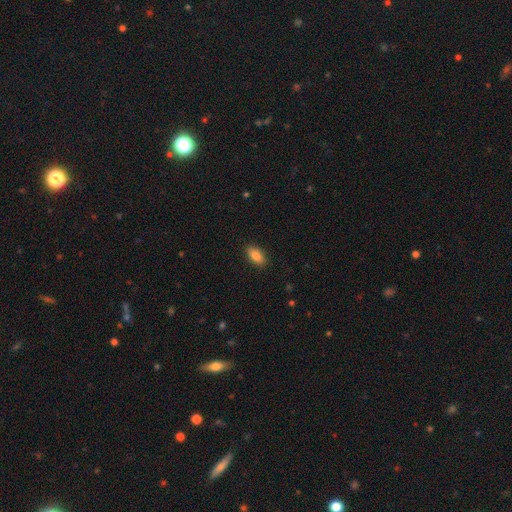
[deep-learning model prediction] Smooth or featured? Predicted: smooth (p=0.87). How rounded? Predicted: in between (p=0.89). Merging? Predicted: none (p=0.88).